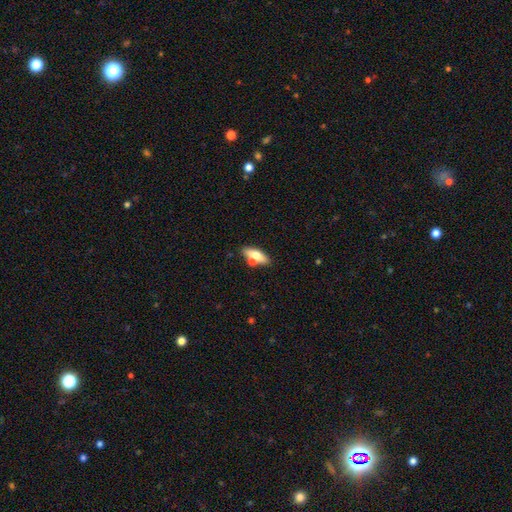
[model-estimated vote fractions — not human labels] Smooth or featured: smooth — 57% (featured or disk — 36%)
How rounded: in between — 55% (cigar-shaped — 41%)
Merging: none — 58% (merger — 25%)